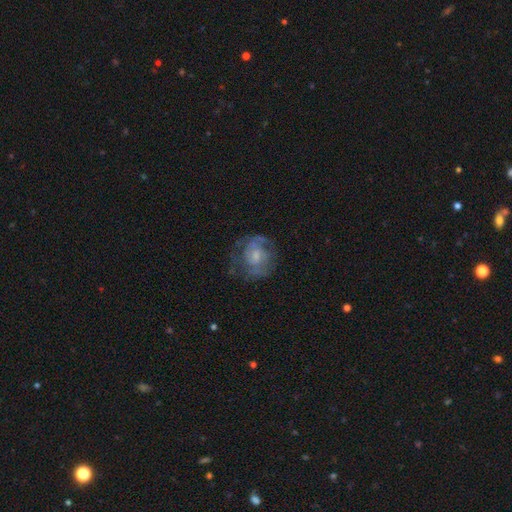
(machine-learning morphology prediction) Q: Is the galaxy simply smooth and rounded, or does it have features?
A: featured or disk — 63%.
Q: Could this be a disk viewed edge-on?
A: no — 97%.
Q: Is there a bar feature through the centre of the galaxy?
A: no — 63%.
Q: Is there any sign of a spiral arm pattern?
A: yes — 70%.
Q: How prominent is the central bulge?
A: small — 46%.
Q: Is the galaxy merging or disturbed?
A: none — 60%.